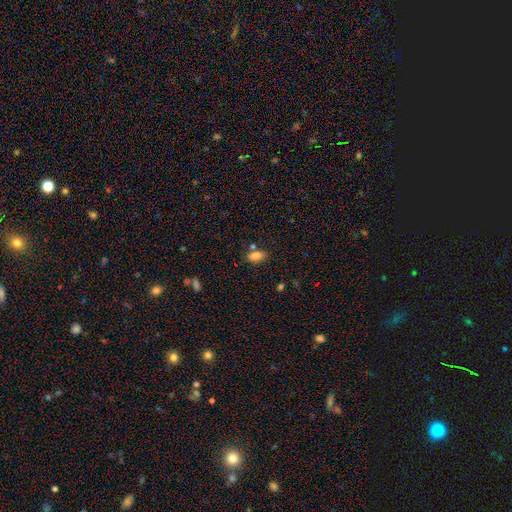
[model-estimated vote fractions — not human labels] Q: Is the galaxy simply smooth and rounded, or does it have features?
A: smooth — 82%.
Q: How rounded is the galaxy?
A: in between — 88%.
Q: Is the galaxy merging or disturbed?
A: none — 70%.